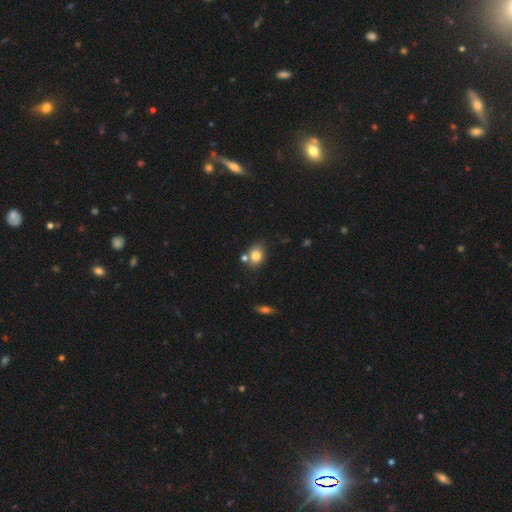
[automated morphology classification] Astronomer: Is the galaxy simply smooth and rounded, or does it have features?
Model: smooth — 80%.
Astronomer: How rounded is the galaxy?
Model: round — 50% (runner-up: in between, 49%).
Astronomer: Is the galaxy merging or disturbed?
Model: none — 65%.